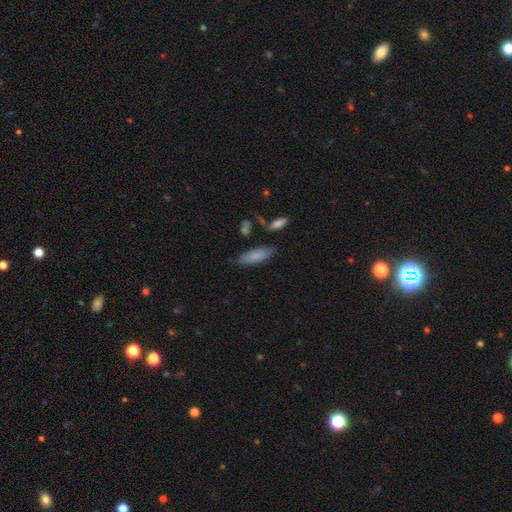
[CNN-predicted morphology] Smooth or featured? smooth (82%)
How rounded? in between (62%)
Merging? none (77%)